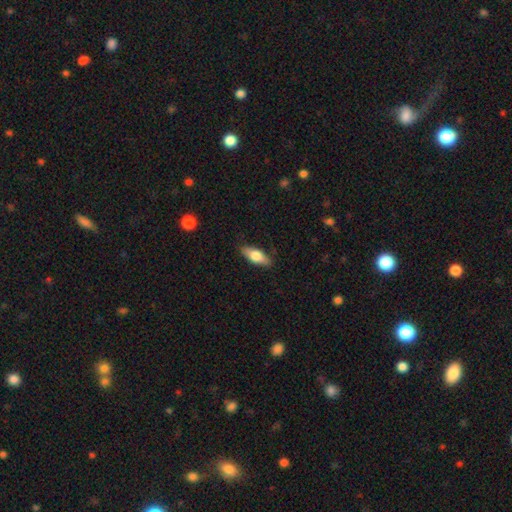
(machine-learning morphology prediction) smooth-or-featured: smooth: 70% | featured or disk: 24% | star or artifact: 6%
  how-rounded: in between: 73% | cigar-shaped: 24% | round: 3%
  merging: none: 85% | minor disturbance: 11% | major disturbance: 2% | merger: 1%